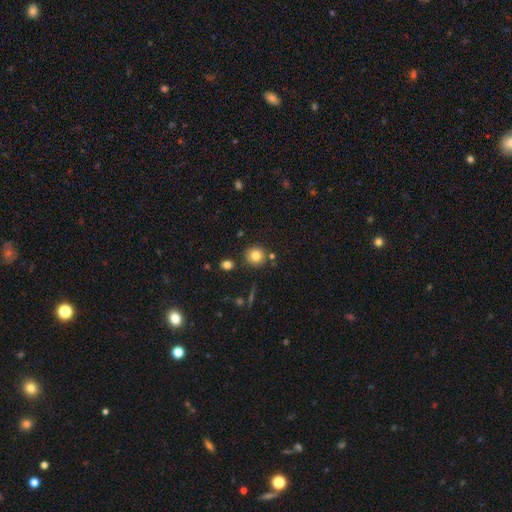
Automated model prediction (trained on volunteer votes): smooth 81%, star or artifact 11%, featured or disk 9%. Down the decision tree: how rounded — round (91%); merging — none (82%).